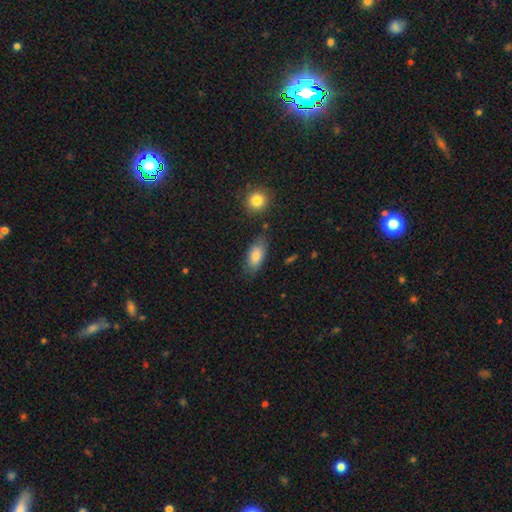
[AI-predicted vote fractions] Q: Smooth or featured?
A: smooth (81%); runner-up: featured or disk (12%)
Q: How rounded?
A: in between (89%); runner-up: cigar-shaped (7%)
Q: Merging?
A: none (75%); runner-up: minor disturbance (17%)